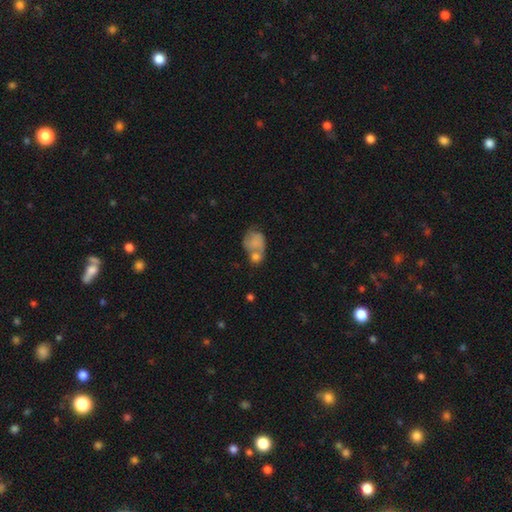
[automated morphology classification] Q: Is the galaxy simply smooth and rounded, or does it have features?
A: smooth — 43%.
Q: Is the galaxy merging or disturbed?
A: none — 52%.